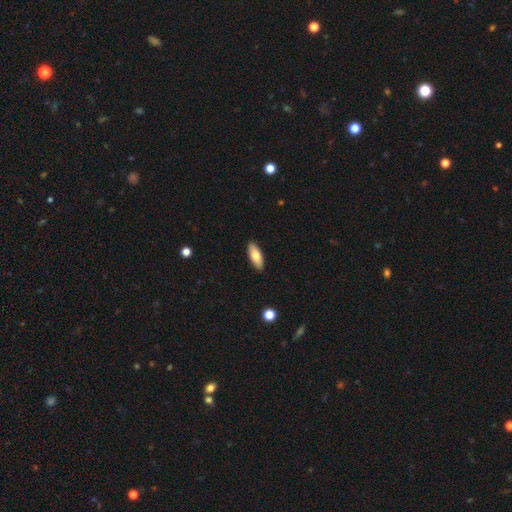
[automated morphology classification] Overall: smooth (77%). How rounded: in between (70%). Merging: none (89%).